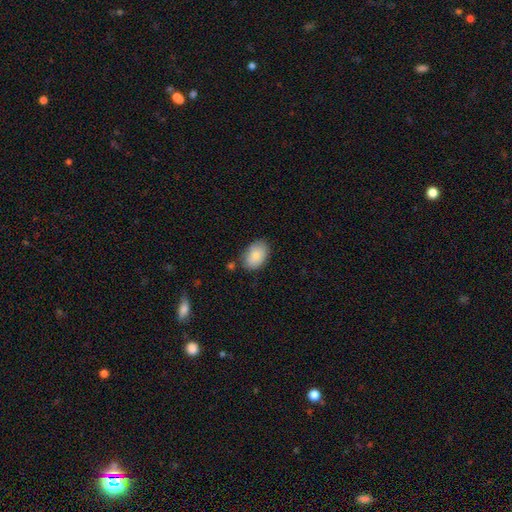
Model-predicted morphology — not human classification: smooth 84%, featured or disk 9%, star or artifact 7%. Down the decision tree: how rounded — in between (88%); merging — none (76%).